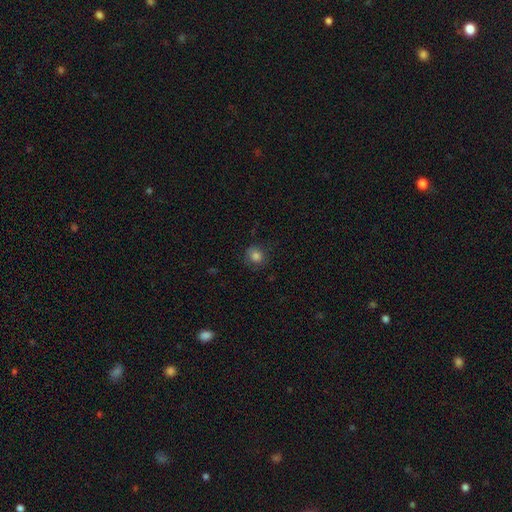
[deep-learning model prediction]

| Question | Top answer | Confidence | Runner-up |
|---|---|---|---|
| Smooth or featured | smooth | 82% | star or artifact (11%) |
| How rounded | round | 81% | in between (18%) |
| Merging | none | 76% | minor disturbance (17%) |